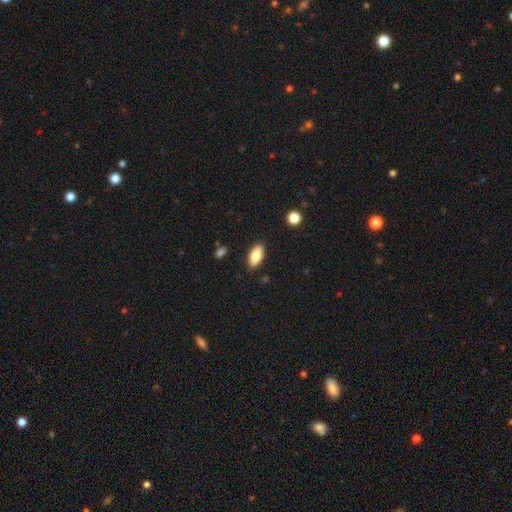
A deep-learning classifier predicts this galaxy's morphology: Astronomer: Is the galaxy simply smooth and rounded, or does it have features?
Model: smooth — 82%.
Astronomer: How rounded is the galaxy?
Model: in between — 89%.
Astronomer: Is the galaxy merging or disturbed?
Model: none — 88%.